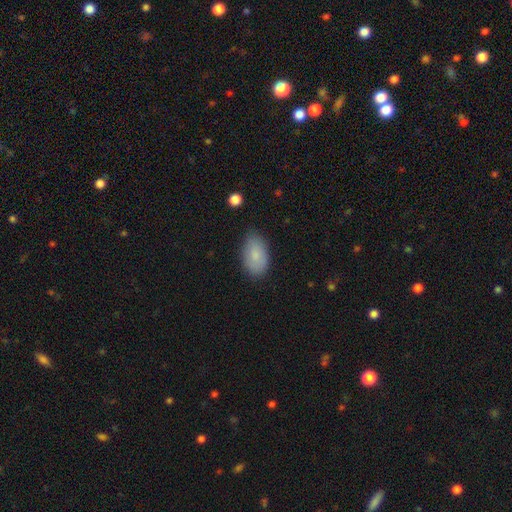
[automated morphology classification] This appears to be a smooth galaxy with no disk features (85%) that is in between round and cigar-shaped (93%). Merging: none (77%).